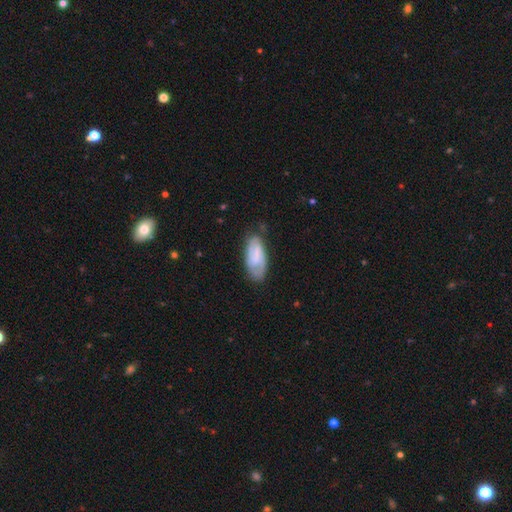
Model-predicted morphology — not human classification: Smooth or featured?
  - smooth: 51% *
  - featured or disk: 42%
  - star or artifact: 7%
How rounded?
  - in between: 85% *
  - cigar-shaped: 13%
  - round: 2%
Merging?
  - none: 66% *
  - minor disturbance: 25%
  - major disturbance: 7%
  - merger: 2%